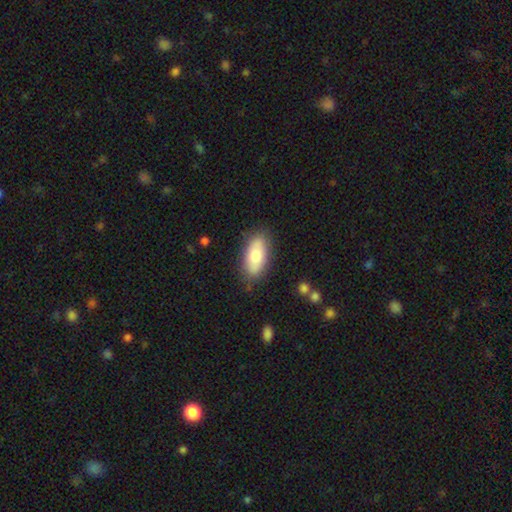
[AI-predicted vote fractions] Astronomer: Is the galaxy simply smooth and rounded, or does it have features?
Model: smooth — 73%.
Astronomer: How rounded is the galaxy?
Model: in between — 88%.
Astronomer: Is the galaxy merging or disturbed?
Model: none — 83%.